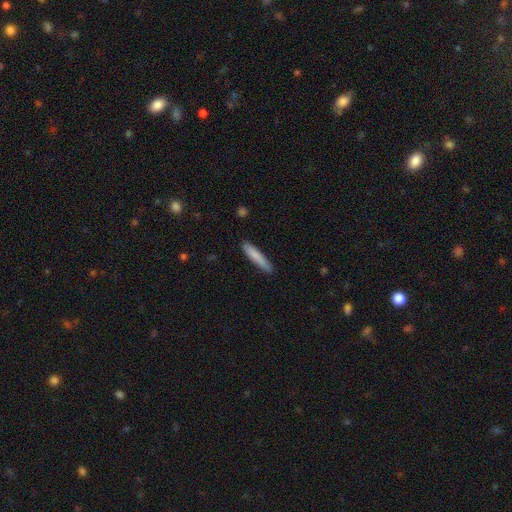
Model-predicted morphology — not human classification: A smooth galaxy with no disk features (82%) that is cigar-shaped (91%). Merging: none (86%).